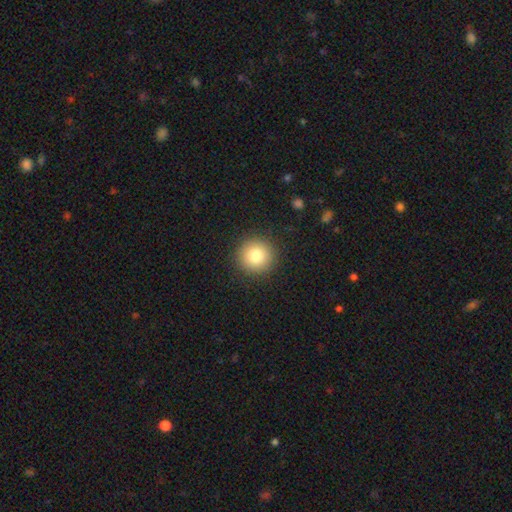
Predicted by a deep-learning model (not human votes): This appears to be a smooth galaxy with no disk features (81%) that is round (95%). Merging: none (91%).